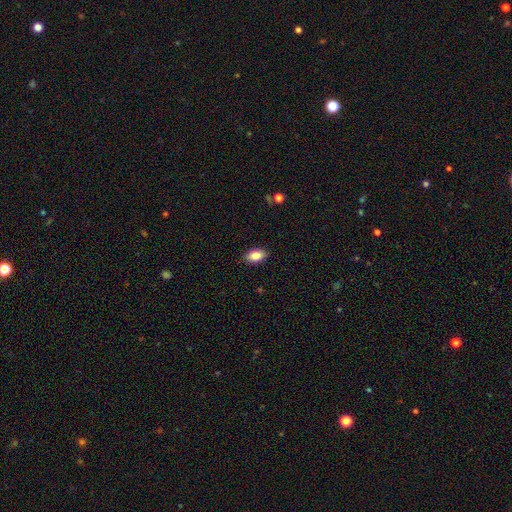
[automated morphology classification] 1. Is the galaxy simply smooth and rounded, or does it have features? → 86% smooth, 7% star or artifact, 7% featured or disk.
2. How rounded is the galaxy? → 92% in between, 5% round, 3% cigar-shaped.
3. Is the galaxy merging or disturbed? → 88% none, 9% minor disturbance, 2% major disturbance, 1% merger.